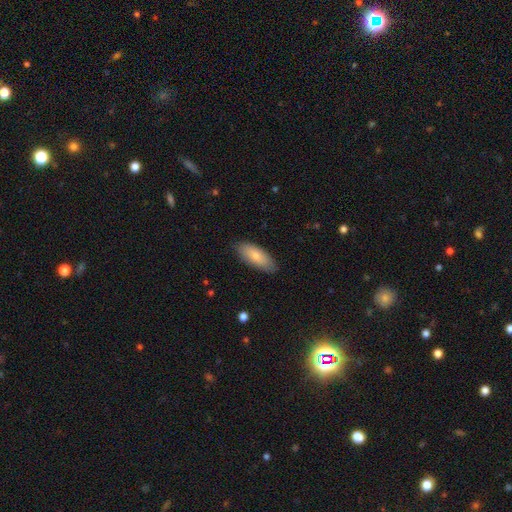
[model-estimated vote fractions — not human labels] smooth-or-featured: smooth: 79% | featured or disk: 15% | star or artifact: 6%
  how-rounded: in between: 79% | cigar-shaped: 19% | round: 2%
  merging: none: 85% | minor disturbance: 12% | major disturbance: 2% | merger: 1%